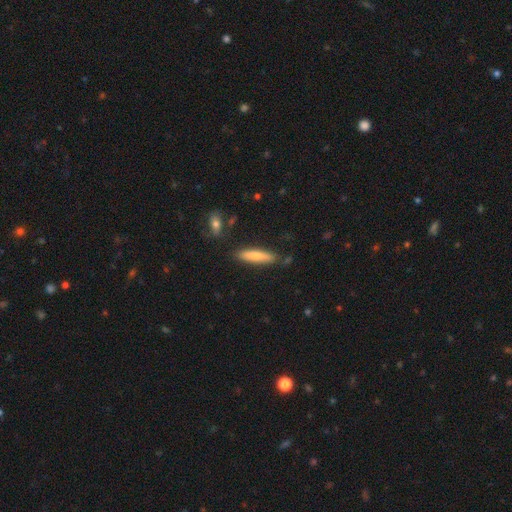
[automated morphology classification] This appears to be a smooth galaxy with no disk features (77%) that is cigar-shaped (84%). Merging: none (84%).